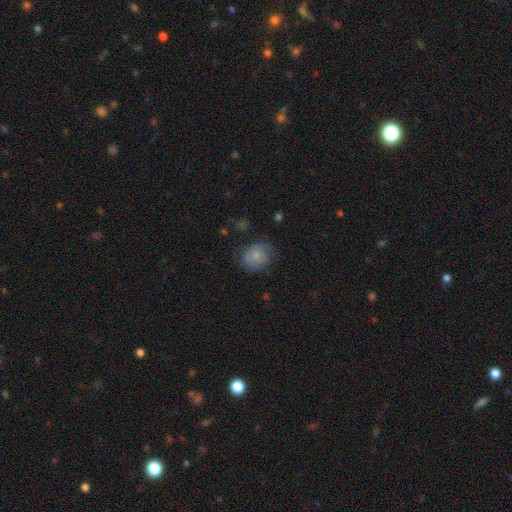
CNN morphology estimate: Overall: smooth (72%). How rounded: round (67%; in between 32%). Merging: none (64%; minor disturbance 25%).